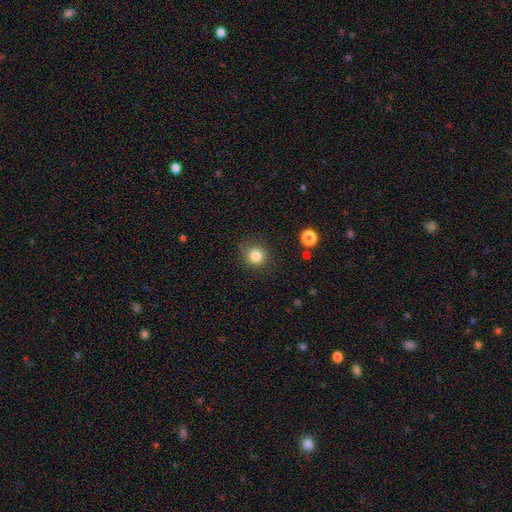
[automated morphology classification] This is clearly a smooth galaxy (83%). How rounded: clearly round (87%). Merging: clearly none (81%).